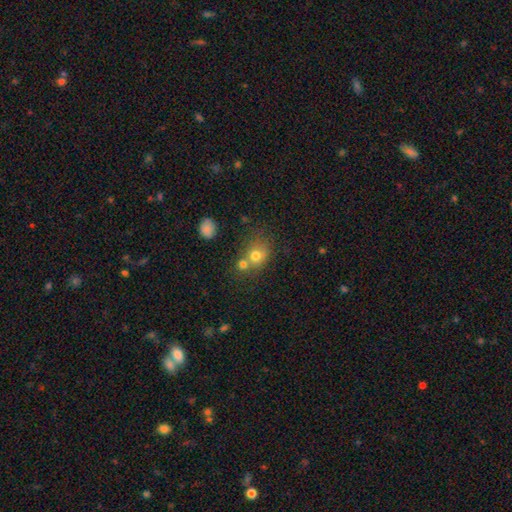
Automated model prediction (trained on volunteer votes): Smooth or featured? Predicted: smooth (p=0.73). How rounded? Predicted: round (p=0.64). Merging? Predicted: merger (p=0.44).